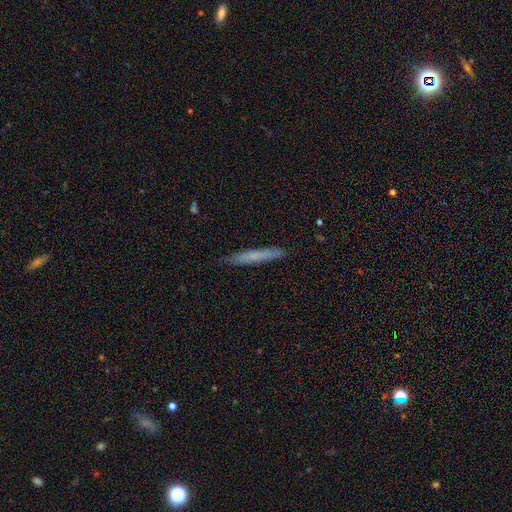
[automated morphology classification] A smooth galaxy with no disk features (68%) that is cigar-shaped (96%). Merging: none (89%).